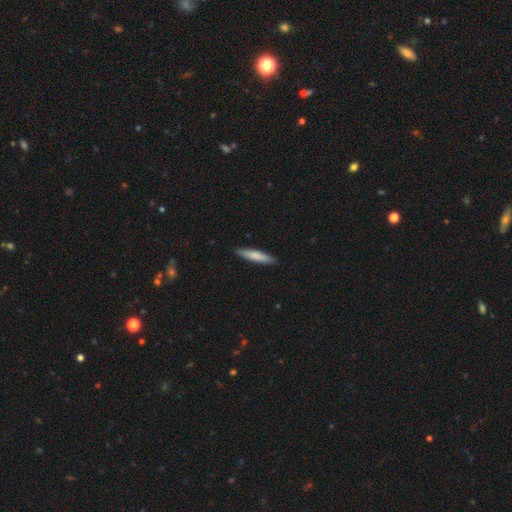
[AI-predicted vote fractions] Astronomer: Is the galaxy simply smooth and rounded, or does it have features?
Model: smooth — 78%.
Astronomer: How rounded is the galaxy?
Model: cigar-shaped — 88%.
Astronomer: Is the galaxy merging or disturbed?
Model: none — 89%.